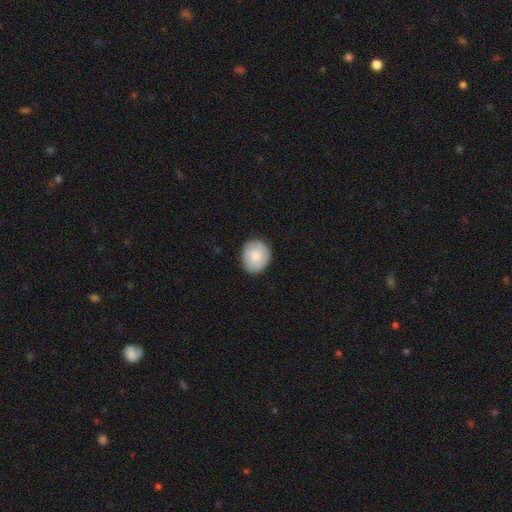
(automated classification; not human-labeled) The model was most divided on "how rounded": round: 72%, in between: 27%, cigar-shaped: 1%. More confident: merging — none (84%); smooth or featured — smooth (82%).